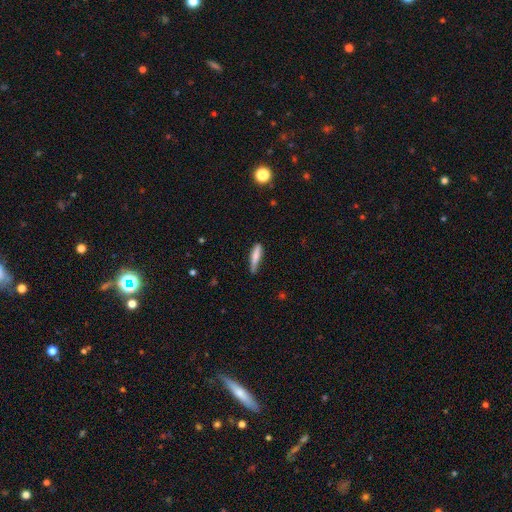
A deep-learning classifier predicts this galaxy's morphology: This appears to be a smooth galaxy with no disk features (76%) that is cigar-shaped (82%). Merging: none (64%).